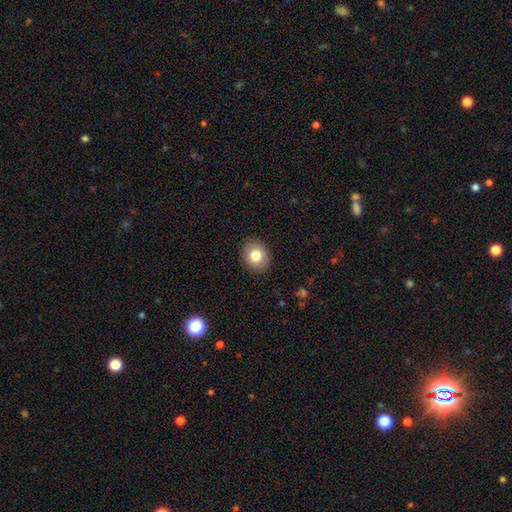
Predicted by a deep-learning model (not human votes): The model was most divided on "how rounded": in between: 50%, round: 49%, cigar-shaped: 1%. More confident: merging — none (89%); smooth or featured — smooth (81%).